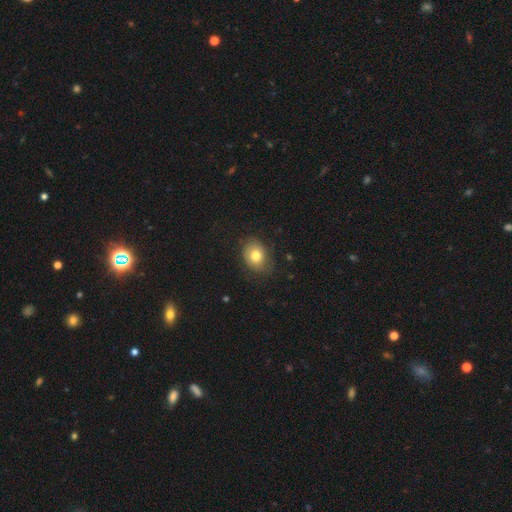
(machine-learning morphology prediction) Smooth or featured: smooth — 77% (featured or disk — 13%)
How rounded: in between — 54% (round — 45%)
Merging: none — 76% (minor disturbance — 18%)